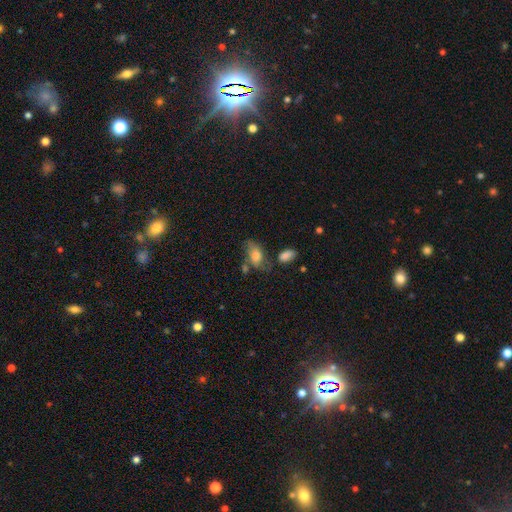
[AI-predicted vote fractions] Smooth or featured: smooth — 68% (featured or disk — 23%)
How rounded: in between — 88% (round — 8%)
Merging: none — 46% (minor disturbance — 27%)